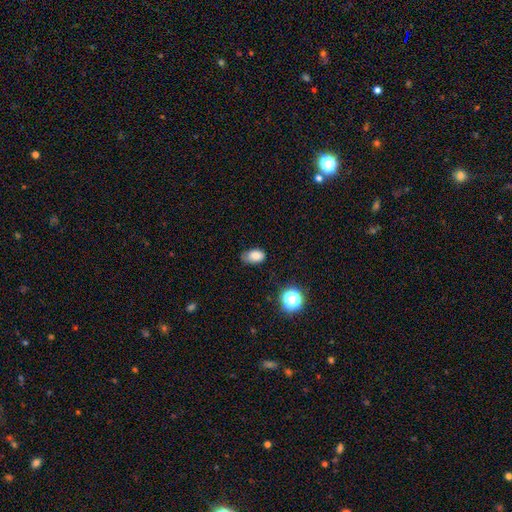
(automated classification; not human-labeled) Morphology: type=smooth (82%); roundness=in between (85%); merging=none (58%).